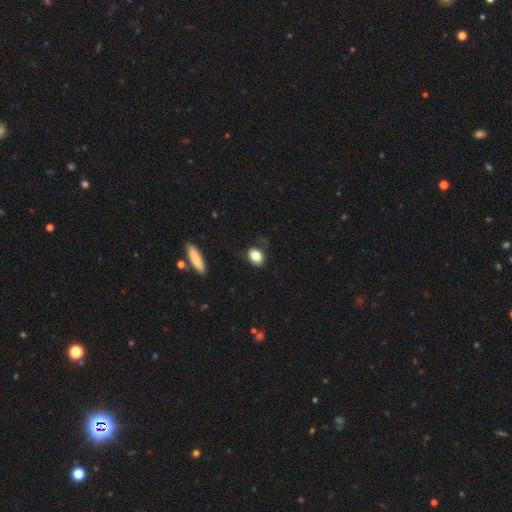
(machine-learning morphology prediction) The model was most divided on "how rounded": in between: 56%, round: 42%, cigar-shaped: 2%. More confident: smooth or featured — smooth (83%); merging — none (78%).